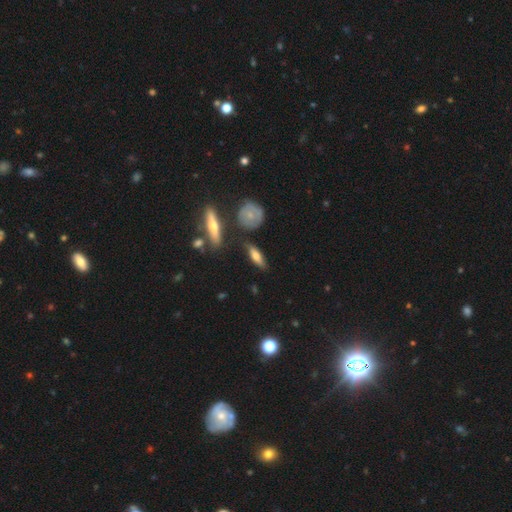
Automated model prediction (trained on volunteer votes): A smooth galaxy with no disk features (57%) that is cigar-shaped (49%).

Vote fractions:
- Smooth or featured? smooth: 57% / featured or disk: 36% / star or artifact: 7%
- How rounded? cigar-shaped: 49% / in between: 46% / round: 5%
- Merging? none: 77% / minor disturbance: 14% / merger: 5% / major disturbance: 4%